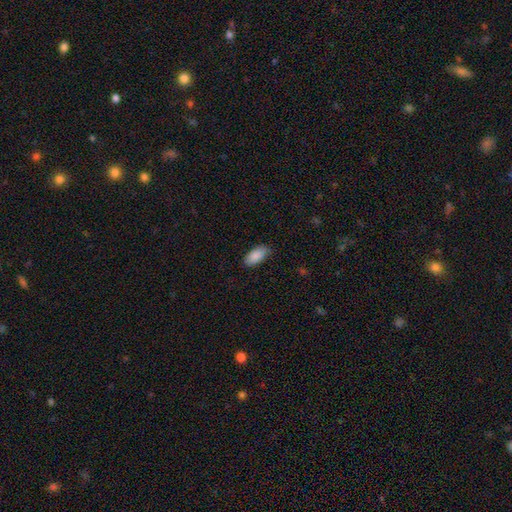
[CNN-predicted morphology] A smooth galaxy with no disk features (88%) that is in between round and cigar-shaped (92%).

Vote fractions:
- Smooth or featured? smooth: 88% / star or artifact: 6% / featured or disk: 5%
- How rounded? in between: 92% / cigar-shaped: 6% / round: 2%
- Merging? none: 80% / minor disturbance: 16% / major disturbance: 3% / merger: 1%